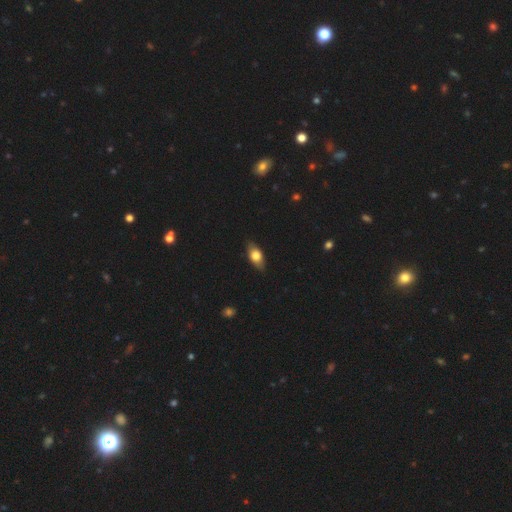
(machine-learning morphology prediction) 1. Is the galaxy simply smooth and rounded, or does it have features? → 70% smooth, 23% featured or disk, 7% star or artifact.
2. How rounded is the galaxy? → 84% in between, 9% cigar-shaped, 7% round.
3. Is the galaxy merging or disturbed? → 85% none, 12% minor disturbance, 2% major disturbance, 1% merger.